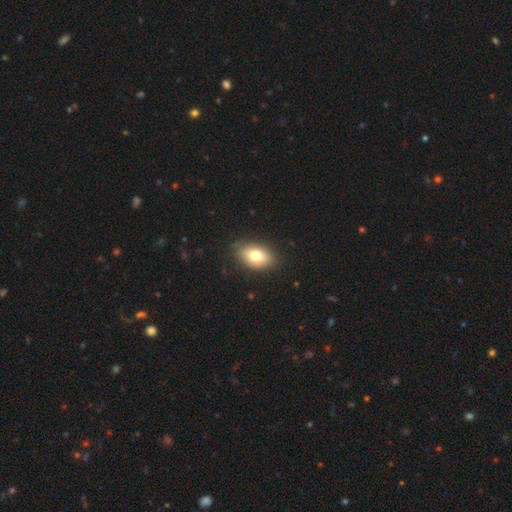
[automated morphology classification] Smooth or featured? Predicted: smooth (p=0.75). How rounded? Predicted: in between (p=0.87). Merging? Predicted: none (p=0.81).